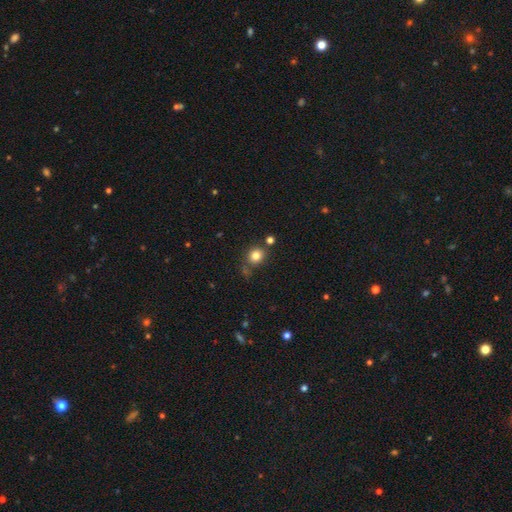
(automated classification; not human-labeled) smooth-or-featured: smooth: 81% | star or artifact: 13% | featured or disk: 7%
  how-rounded: round: 83% | in between: 16% | cigar-shaped: 1%
  merging: none: 74% | minor disturbance: 12% | merger: 10% | major disturbance: 4%